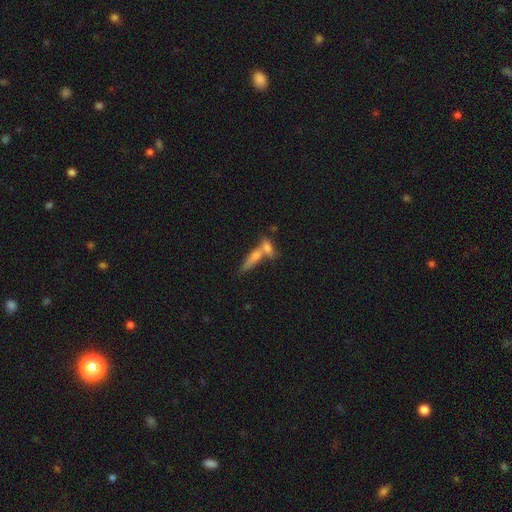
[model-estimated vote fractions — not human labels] Overall: smooth (64%; featured or disk 27%). How rounded: cigar-shaped (56%; in between 39%). Merging: merger (58%; none 28%).